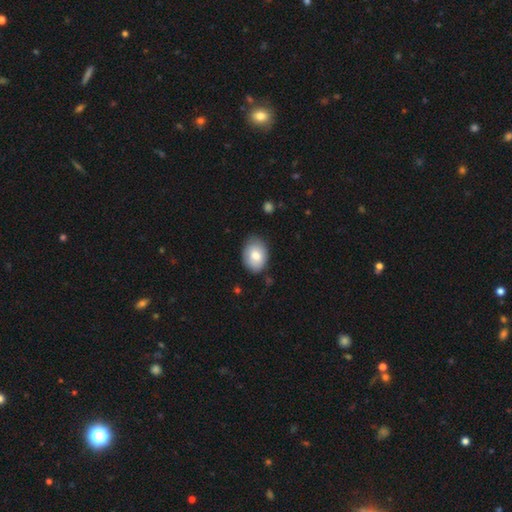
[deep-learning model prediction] Smooth or featured?
  - smooth: 78% *
  - featured or disk: 15%
  - star or artifact: 7%
How rounded?
  - in between: 77% *
  - round: 22%
  - cigar-shaped: 1%
Merging?
  - none: 76% *
  - minor disturbance: 19%
  - major disturbance: 3%
  - merger: 2%